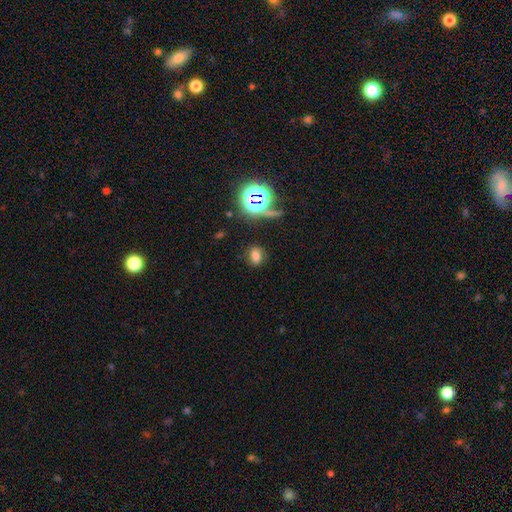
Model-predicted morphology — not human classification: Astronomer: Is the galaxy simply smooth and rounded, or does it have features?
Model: smooth — 60%.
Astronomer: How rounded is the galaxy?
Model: in between — 67%.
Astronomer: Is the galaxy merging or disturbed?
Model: none — 76%.